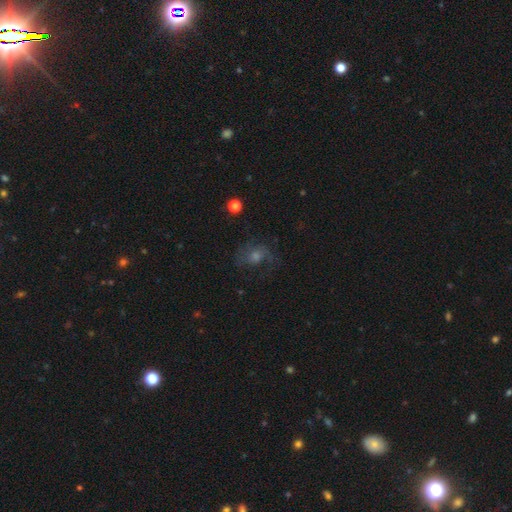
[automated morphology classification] Smooth or featured? Predicted: featured or disk (p=0.52). Edge-on disk? Predicted: no (p=0.96). Merging? Predicted: none (p=0.60).